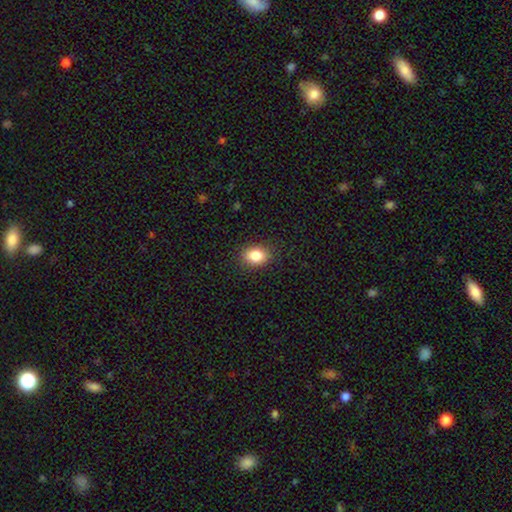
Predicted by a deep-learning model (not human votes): Smooth or featured?
  - smooth: 85% *
  - star or artifact: 9%
  - featured or disk: 6%
How rounded?
  - in between: 67% *
  - round: 31%
  - cigar-shaped: 1%
Merging?
  - none: 87% *
  - minor disturbance: 9%
  - major disturbance: 3%
  - merger: 1%